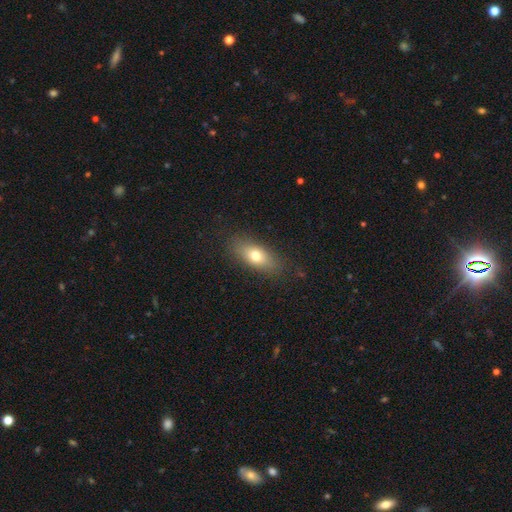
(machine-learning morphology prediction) type=smooth (73%); roundness=in between (76%); merging=none (84%).